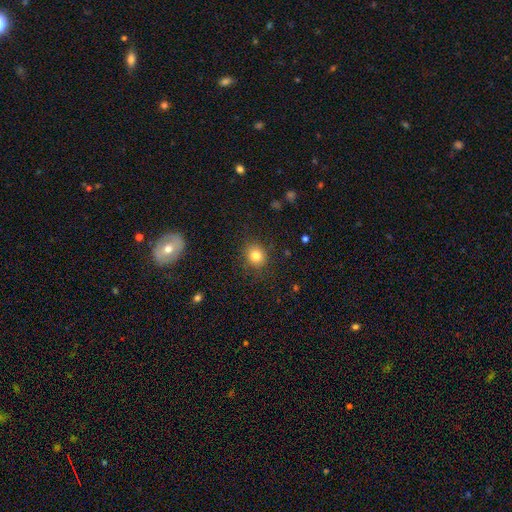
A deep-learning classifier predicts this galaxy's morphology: The model was most divided on "how rounded": round: 83%, in between: 16%, cigar-shaped: 1%. More confident: merging — none (86%); smooth or featured — smooth (81%).